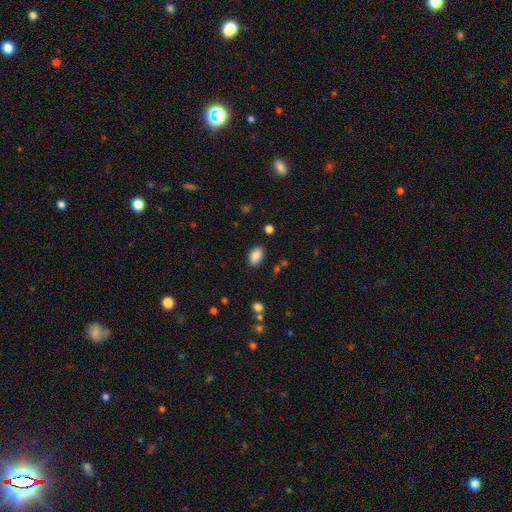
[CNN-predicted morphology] Smooth or featured? smooth (88%)
How rounded? in between (91%)
Merging? none (86%)